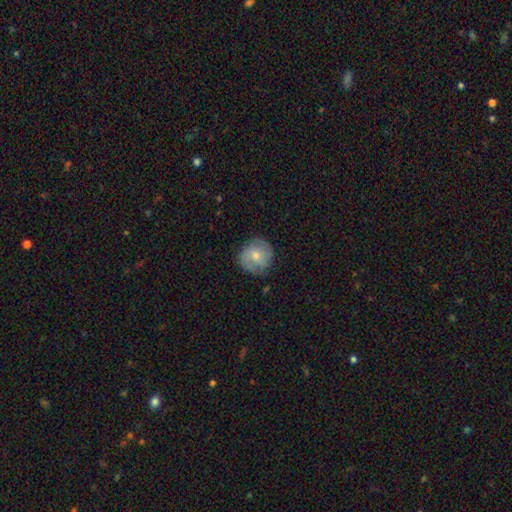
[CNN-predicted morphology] Overall: smooth (63%; featured or disk 30%). How rounded: round (91%). Merging: none (79%).